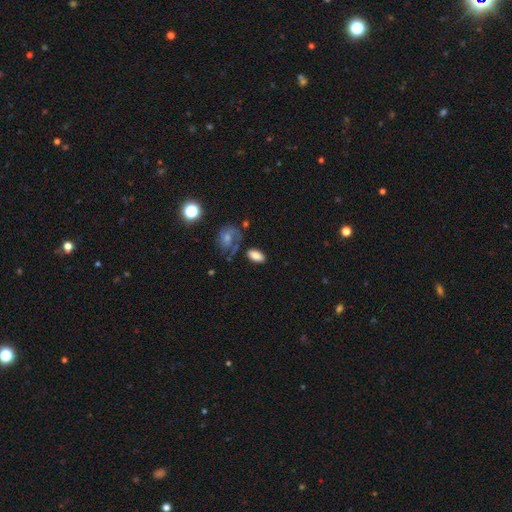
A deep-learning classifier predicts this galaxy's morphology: Q: Smooth or featured?
A: smooth (81%); runner-up: featured or disk (11%)
Q: How rounded?
A: in between (92%); runner-up: round (4%)
Q: Merging?
A: none (69%); runner-up: minor disturbance (17%)